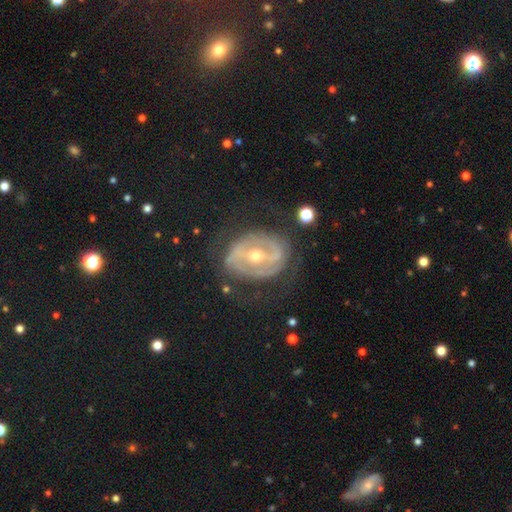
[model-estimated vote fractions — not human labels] This appears to be a featured or disk galaxy (83%) with a strong bar (44%), 2 (58%) tight (49%) spiral arms (74%) and a moderate central bulge (51%). Merging: none (66%).